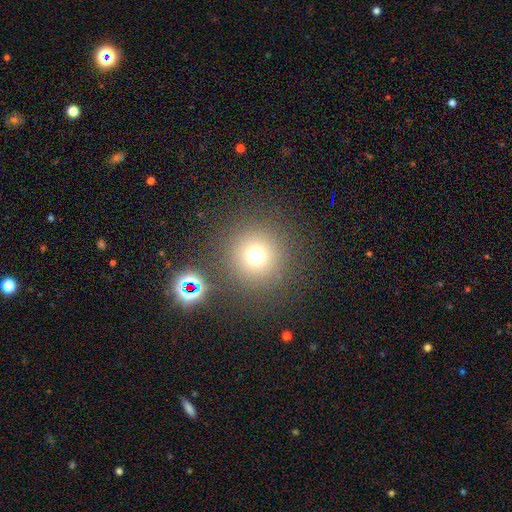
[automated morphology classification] smooth_or_featured: smooth (p=0.70) [alt: star or artifact p=0.22]
how_rounded: round (p=0.95) [alt: in between p=0.04]
merging: none (p=0.84) [alt: minor disturbance p=0.07]